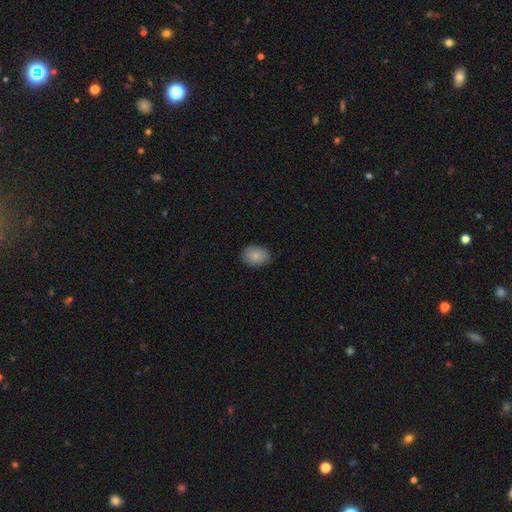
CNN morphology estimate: Smooth or featured: smooth — 86% (star or artifact — 8%)
How rounded: in between — 71% (round — 28%)
Merging: none — 87% (minor disturbance — 10%)